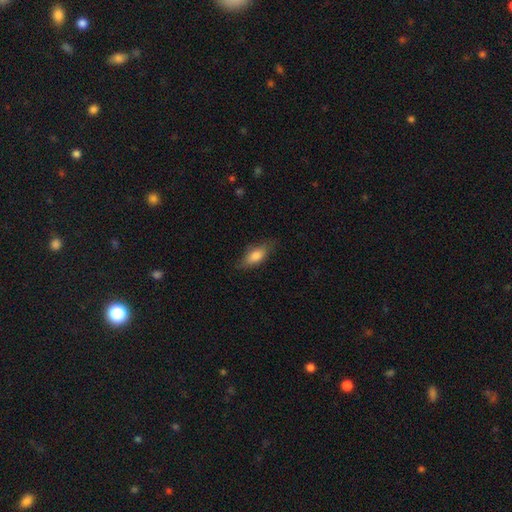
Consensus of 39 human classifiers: Morphology: type=smooth (87%); roundness=in between (76%); merging=none (76%).